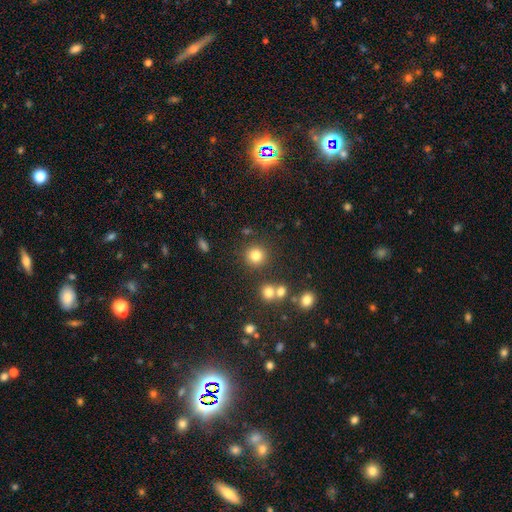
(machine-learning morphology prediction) smooth-or-featured: smooth: 80% | star or artifact: 13% | featured or disk: 6%
  how-rounded: round: 93% | in between: 6% | cigar-shaped: 1%
  merging: none: 83% | minor disturbance: 7% | merger: 6% | major disturbance: 3%